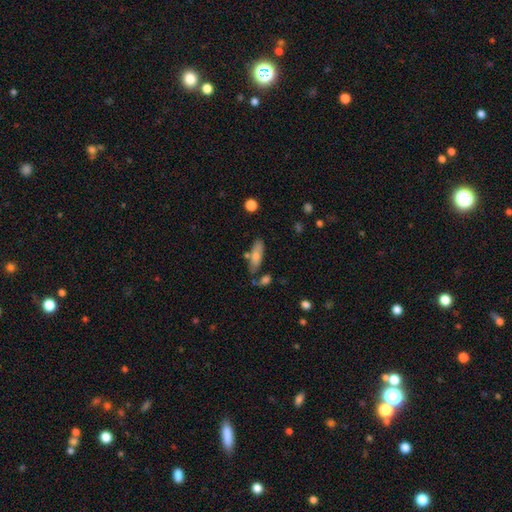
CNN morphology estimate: type=smooth (72%); roundness=in between (59%); merging=none (61%).